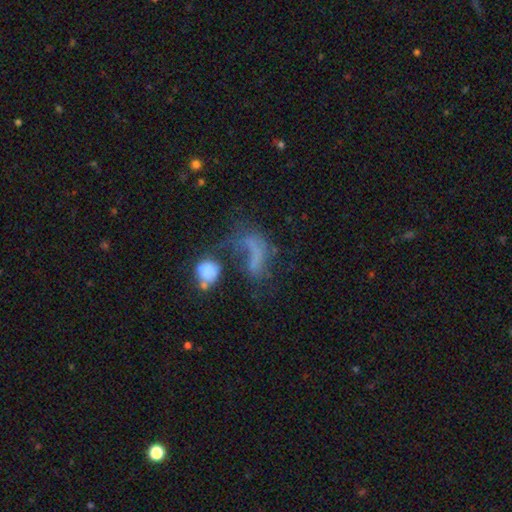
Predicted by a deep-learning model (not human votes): smooth 45%, featured or disk 37%, star or artifact 19%. Down the decision tree: merging — major disturbance (42%).